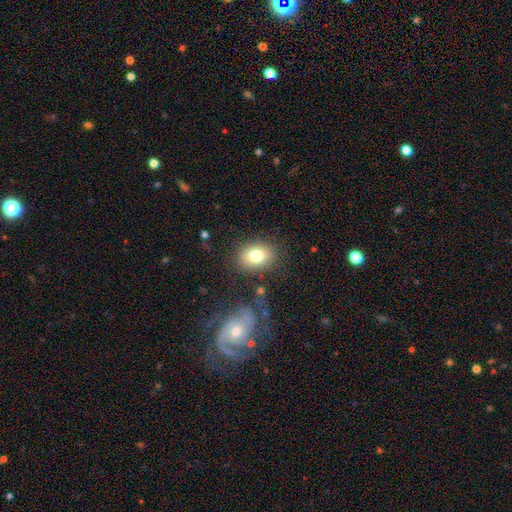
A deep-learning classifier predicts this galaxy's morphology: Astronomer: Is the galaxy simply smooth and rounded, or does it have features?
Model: smooth — 79%.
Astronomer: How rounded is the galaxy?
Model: in between — 65%.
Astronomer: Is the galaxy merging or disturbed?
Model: none — 80%.